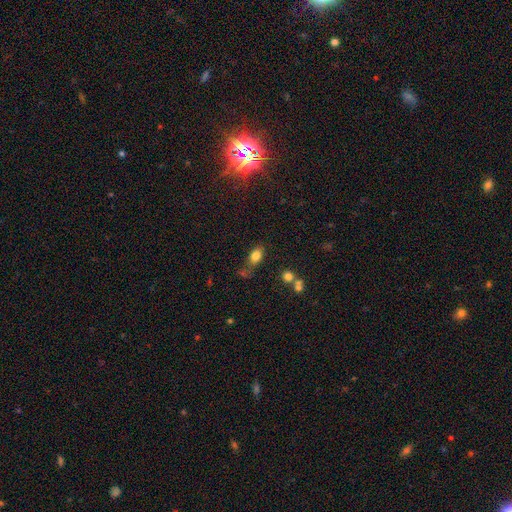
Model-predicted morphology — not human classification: This is clearly a smooth galaxy (80%). How rounded: clearly in between (81%). Merging: possibly none (57%).